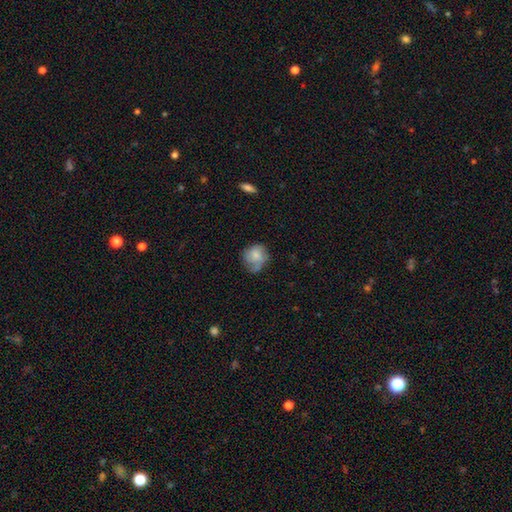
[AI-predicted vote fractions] Smooth or featured: smooth — 69% (featured or disk — 23%)
How rounded: round — 75% (in between — 24%)
Merging: none — 53% (minor disturbance — 31%)